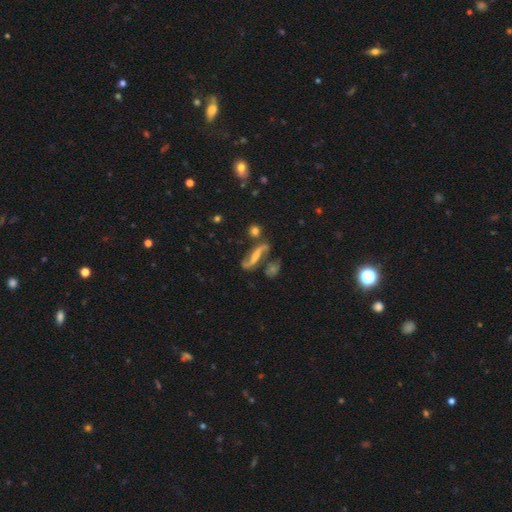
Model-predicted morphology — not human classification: Smooth or featured? featured or disk (72%)
Edge-on disk? no (78%)
Bar? strong (35%)
Spiral arms? yes (89%)
Bulge size? small (41%)
Merging? none (54%)